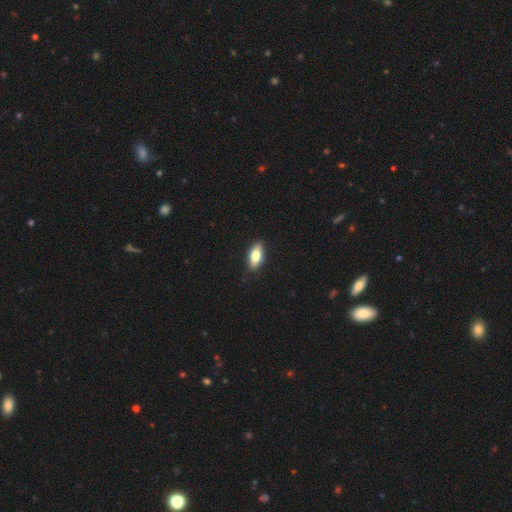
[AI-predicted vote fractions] smooth 75%, featured or disk 18%, star or artifact 7%. Down the decision tree: how rounded — in between (82%); merging — none (87%).